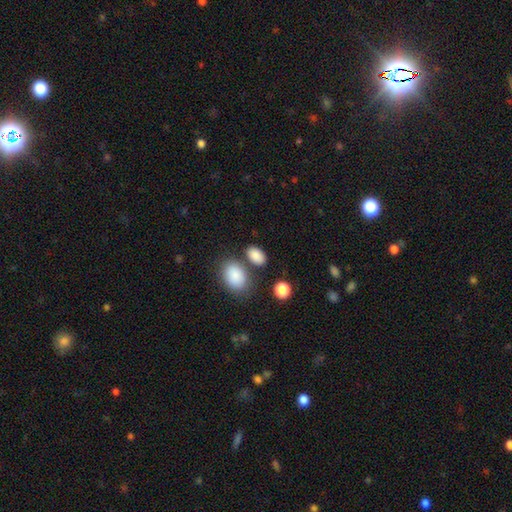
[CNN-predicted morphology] Smooth or featured? smooth (87%)
How rounded? in between (88%)
Merging? none (70%)